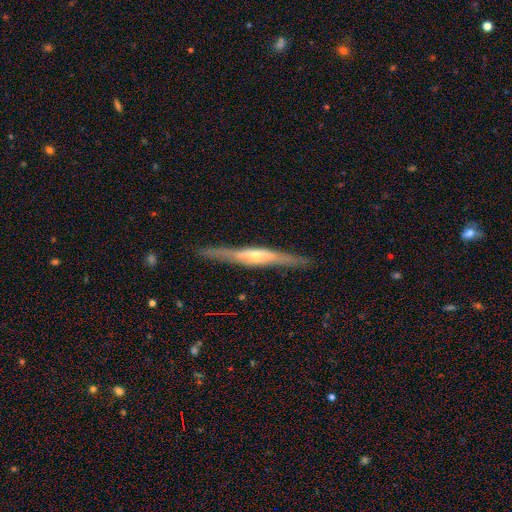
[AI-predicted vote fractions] Smooth or featured? featured or disk (78%)
Edge-on disk? yes (96%)
Edge-on bulge? rounded (78%)
Merging? none (88%)